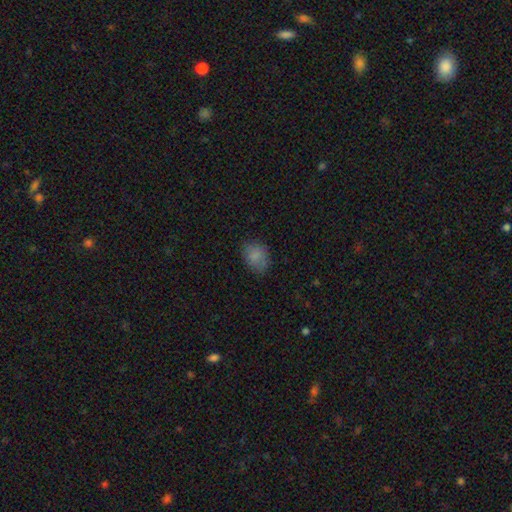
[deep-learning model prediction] Morphology: type=smooth (82%); roundness=in between (60%); merging=none (73%).